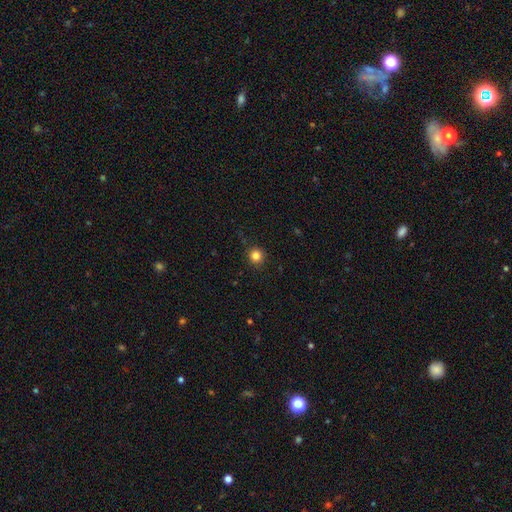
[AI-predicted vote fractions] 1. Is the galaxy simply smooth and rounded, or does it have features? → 83% smooth, 12% star or artifact, 5% featured or disk.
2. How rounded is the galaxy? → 93% round, 6% in between, 1% cigar-shaped.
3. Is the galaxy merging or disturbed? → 90% none, 7% minor disturbance, 2% major disturbance, 1% merger.